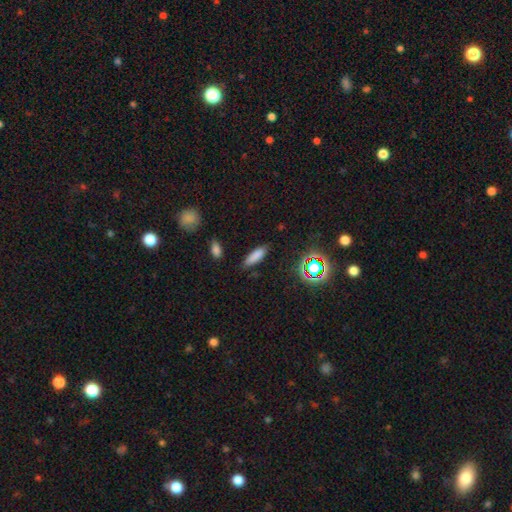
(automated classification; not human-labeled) smooth 80%, star or artifact 13%, featured or disk 8%. Down the decision tree: how rounded — in between (51%); merging — none (81%).